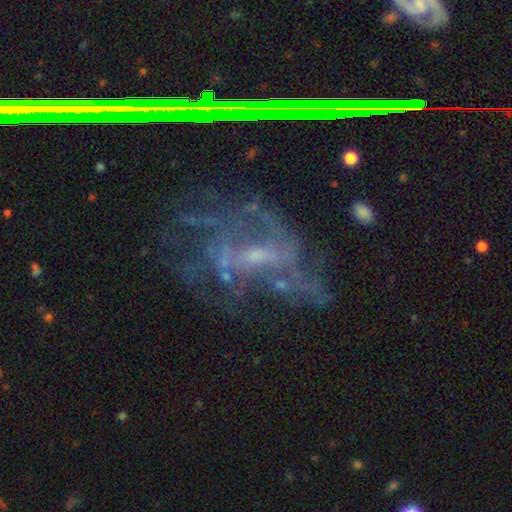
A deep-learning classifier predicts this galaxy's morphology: featured or disk 70%, star or artifact 19%, smooth 10%. Down the decision tree: edge-on disk — no (95%); bar — no (48%); spiral arms — yes (76%); spiral arm count — can't tell (40%); spiral winding — medium (42%); bulge size — small (59%); merging — none (50%).